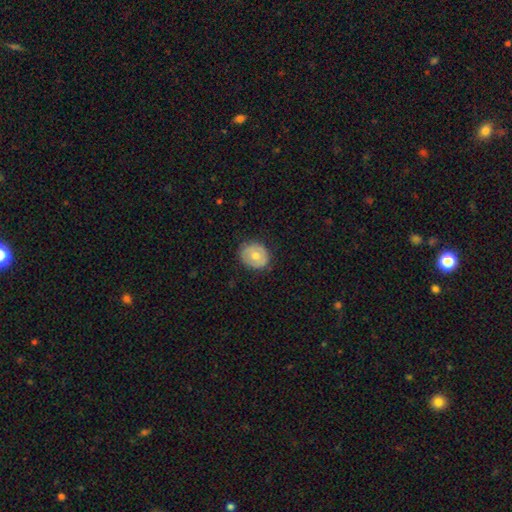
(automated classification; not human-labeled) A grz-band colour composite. It shows a smooth galaxy with no disk features (66%) that is round (73%). Merging: none (81%).